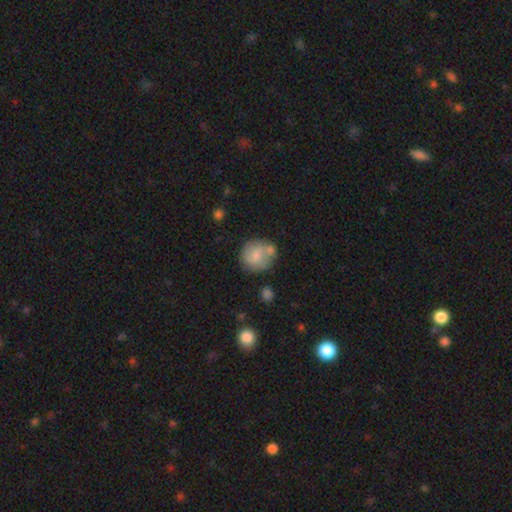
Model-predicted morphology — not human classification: This appears to be a smooth galaxy with no disk features (70%) that is round (86%). Merging: none (54%).